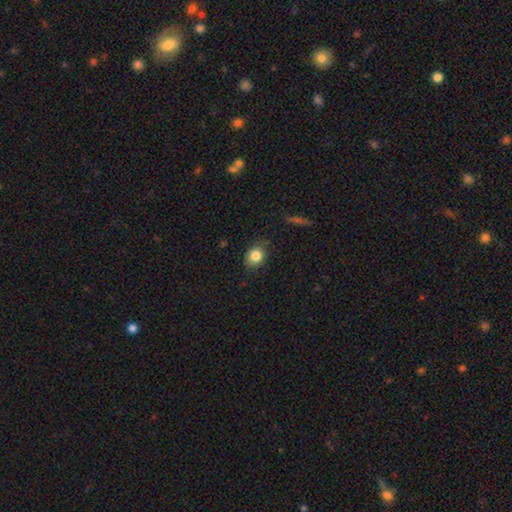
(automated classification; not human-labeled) Smooth or featured?
  - smooth: 82% *
  - star or artifact: 10%
  - featured or disk: 7%
How rounded?
  - round: 59% *
  - in between: 40%
  - cigar-shaped: 1%
Merging?
  - none: 77% *
  - minor disturbance: 18%
  - major disturbance: 4%
  - merger: 1%